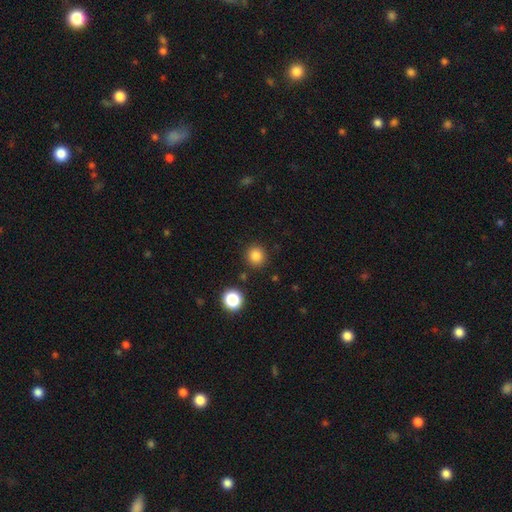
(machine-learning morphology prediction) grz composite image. It shows a smooth galaxy with no disk features (83%) that is round (91%). Merging: none (88%).